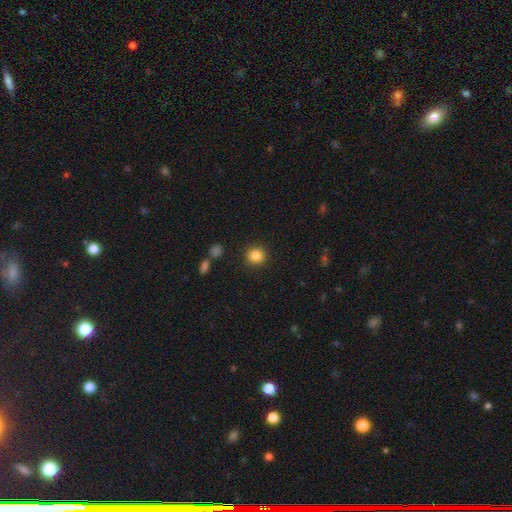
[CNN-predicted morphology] A smooth galaxy with no disk features (85%) that is round (91%). Merging: none (91%).